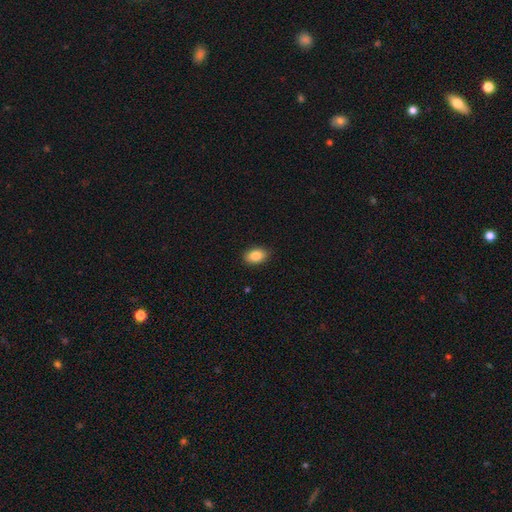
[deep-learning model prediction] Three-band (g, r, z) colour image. It shows a smooth galaxy with no disk features (86%) that is in between round and cigar-shaped (87%). Merging: none (88%).